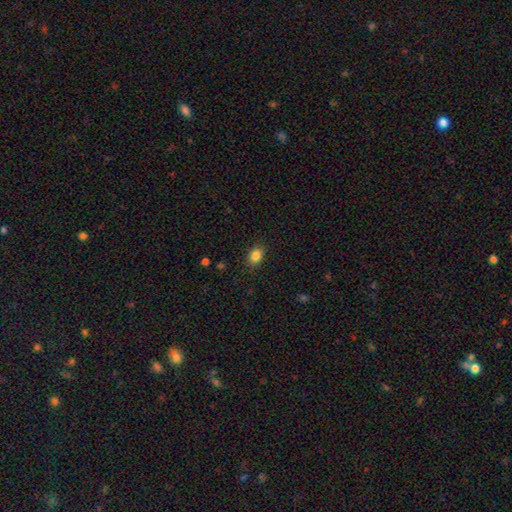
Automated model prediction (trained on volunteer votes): A smooth galaxy with no disk features (85%) that is in between round and cigar-shaped (72%). Merging: none (86%).